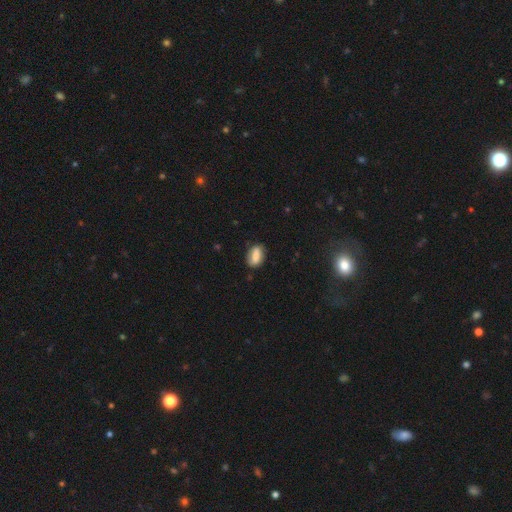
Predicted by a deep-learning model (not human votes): A smooth galaxy with no disk features (76%) that is in between round and cigar-shaped (84%).

Vote fractions:
- Smooth or featured? smooth: 76% / featured or disk: 16% / star or artifact: 8%
- How rounded? in between: 84% / round: 9% / cigar-shaped: 7%
- Merging? none: 77% / minor disturbance: 17% / major disturbance: 4% / merger: 2%